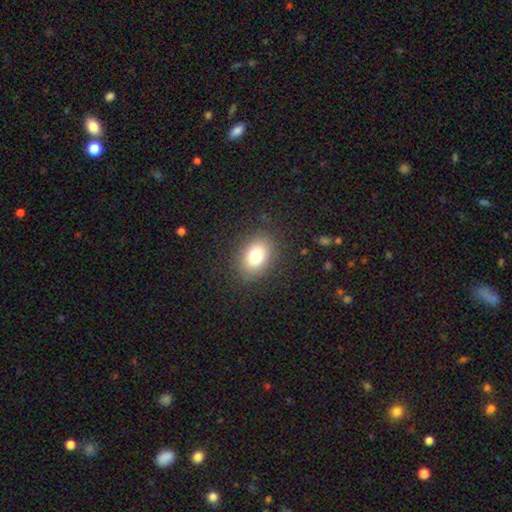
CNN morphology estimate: Overall: smooth (77%). How rounded: in between (70%). Merging: none (85%).